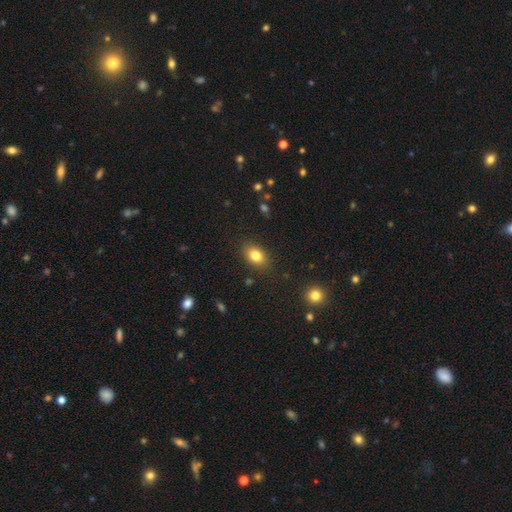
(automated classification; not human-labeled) smooth 82%, star or artifact 10%, featured or disk 8%. Down the decision tree: how rounded — in between (76%); merging — none (85%).